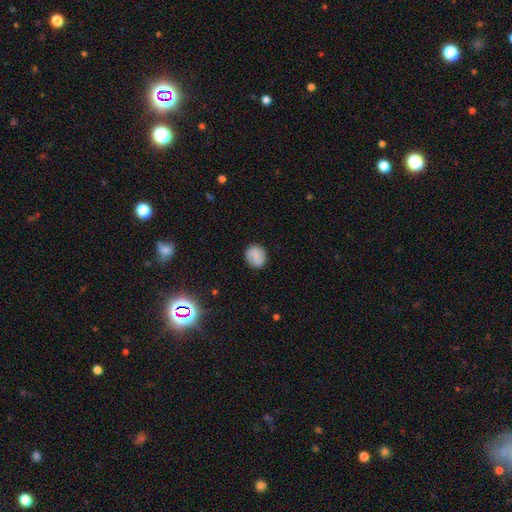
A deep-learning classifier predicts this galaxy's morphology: A smooth galaxy with no disk features (70%) that is round (83%). Merging: none (84%).